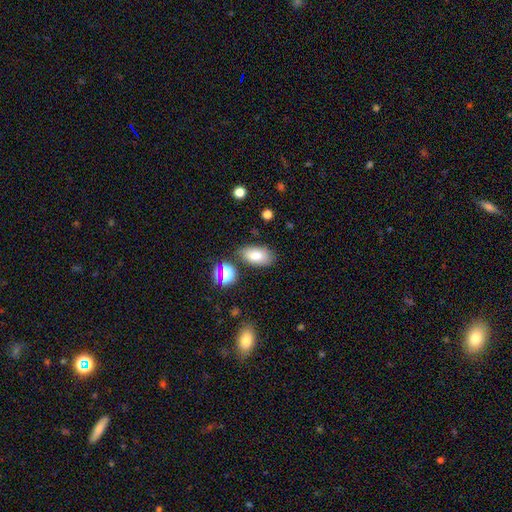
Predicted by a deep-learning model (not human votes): This appears to be a smooth galaxy with no disk features (75%) that is in between round and cigar-shaped (91%). Merging: none (75%).